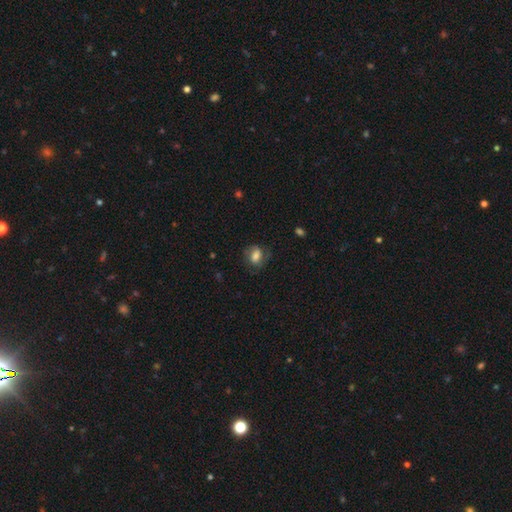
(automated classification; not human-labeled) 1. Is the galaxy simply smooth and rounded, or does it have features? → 62% smooth, 29% featured or disk, 9% star or artifact.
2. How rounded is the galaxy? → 64% in between, 35% round, 2% cigar-shaped.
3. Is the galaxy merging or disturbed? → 61% none, 24% minor disturbance, 14% major disturbance, 1% merger.